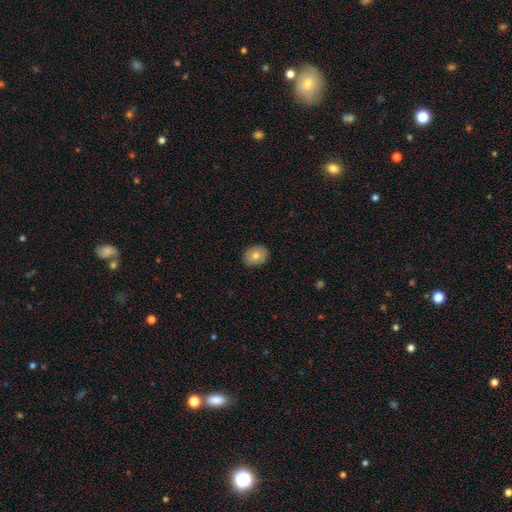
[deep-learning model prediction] Smooth or featured?
  - smooth: 73% *
  - featured or disk: 19%
  - star or artifact: 8%
How rounded?
  - round: 53% *
  - in between: 46%
  - cigar-shaped: 1%
Merging?
  - none: 89% *
  - minor disturbance: 8%
  - major disturbance: 2%
  - merger: 1%